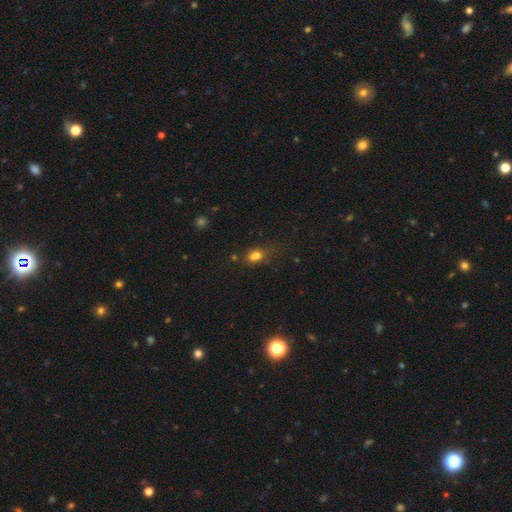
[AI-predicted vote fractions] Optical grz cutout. It shows a smooth galaxy with no disk features (73%) that is in between round and cigar-shaped (65%). Merging: none (46%).